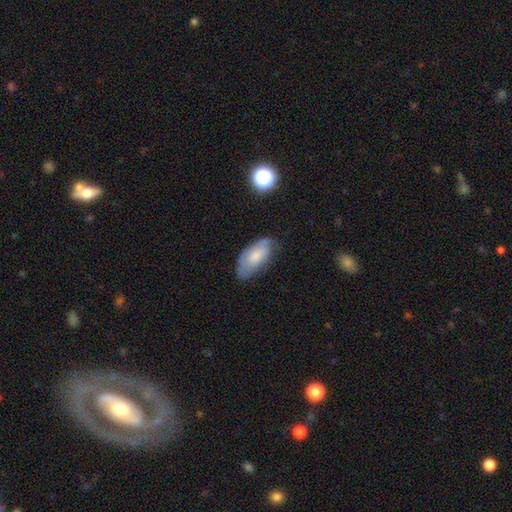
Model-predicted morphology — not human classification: Smooth or featured? smooth (65%)
How rounded? in between (90%)
Merging? none (60%)